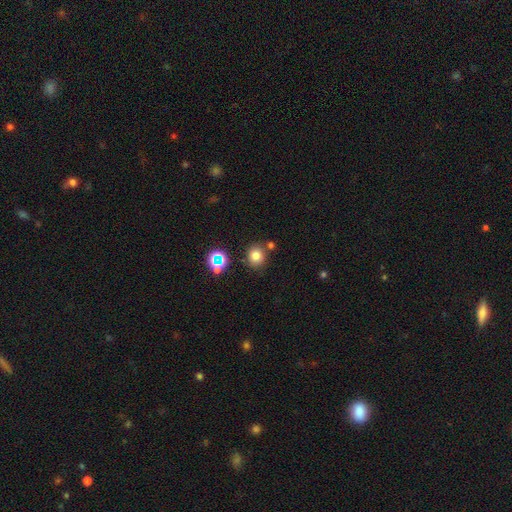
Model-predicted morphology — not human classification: smooth_or_featured: smooth (p=0.75) [alt: star or artifact p=0.17]
how_rounded: round (p=0.83) [alt: in between p=0.16]
merging: none (p=0.76) [alt: minor disturbance p=0.10]